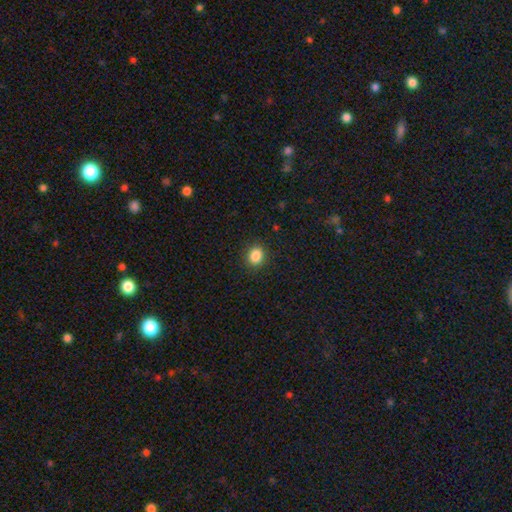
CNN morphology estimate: type=smooth (86%); roundness=round (65%); merging=none (90%).